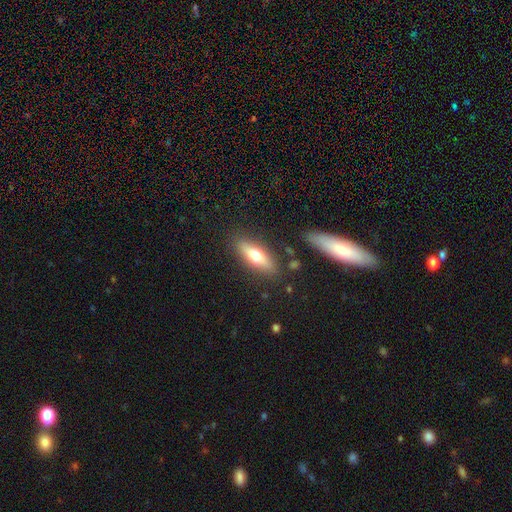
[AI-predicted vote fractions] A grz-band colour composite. It shows a smooth galaxy with no disk features (57%) that is cigar-shaped (49%). Merging: none (84%).